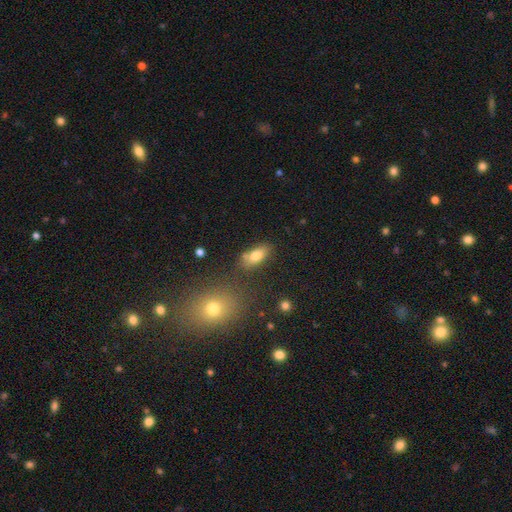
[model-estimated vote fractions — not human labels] smooth_or_featured: smooth (p=0.79) [alt: featured or disk p=0.12]
how_rounded: in between (p=0.86) [alt: cigar-shaped p=0.09]
merging: none (p=0.67) [alt: minor disturbance p=0.16]